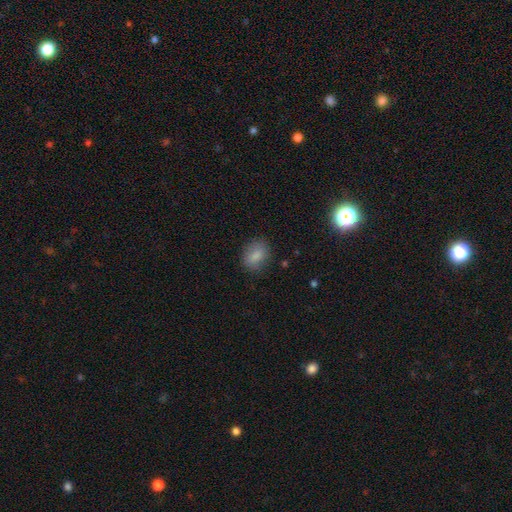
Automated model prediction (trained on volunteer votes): Q: Smooth or featured?
A: smooth (83%); runner-up: star or artifact (9%)
Q: How rounded?
A: in between (71%); runner-up: round (27%)
Q: Merging?
A: none (79%); runner-up: minor disturbance (15%)